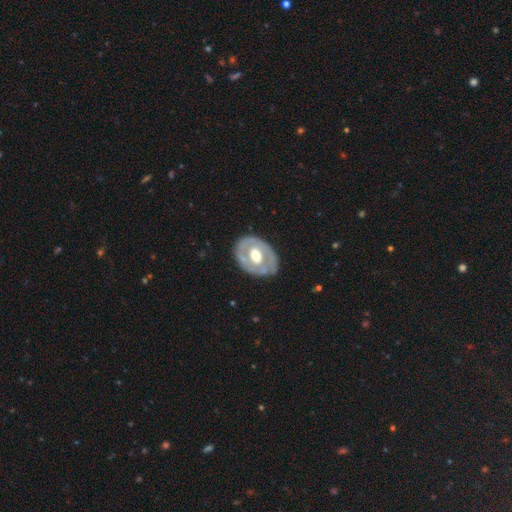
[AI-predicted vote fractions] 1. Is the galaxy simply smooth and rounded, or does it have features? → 63% featured or disk, 32% smooth, 5% star or artifact.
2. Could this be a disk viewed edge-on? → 94% no, 6% yes.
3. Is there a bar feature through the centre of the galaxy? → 69% no, 22% weak, 9% strong.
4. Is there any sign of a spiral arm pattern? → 78% no, 22% yes.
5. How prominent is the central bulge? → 58% moderate, 34% large, 5% small, 2% dominant, 1% none.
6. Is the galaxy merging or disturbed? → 74% none, 18% minor disturbance, 6% major disturbance, 2% merger.